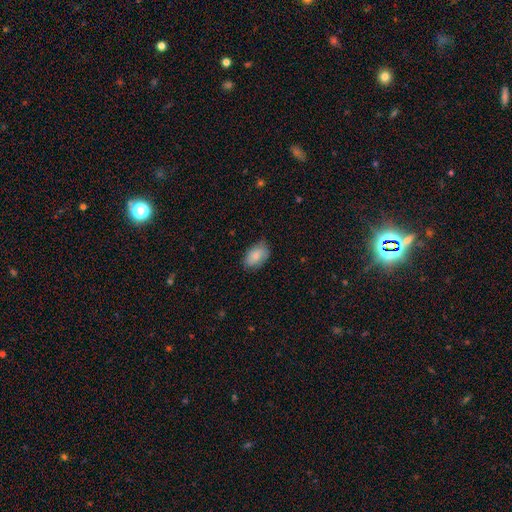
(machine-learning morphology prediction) smooth 82%, featured or disk 11%, star or artifact 7%. Down the decision tree: how rounded — in between (91%); merging — none (73%).